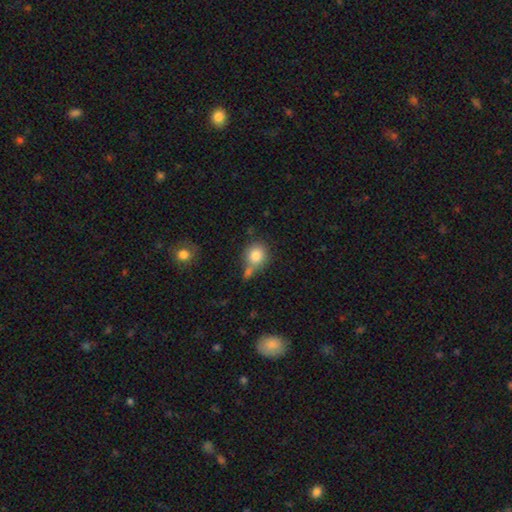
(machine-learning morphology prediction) Smooth or featured? Predicted: smooth (p=0.82). How rounded? Predicted: round (p=0.81). Merging? Predicted: none (p=0.54).